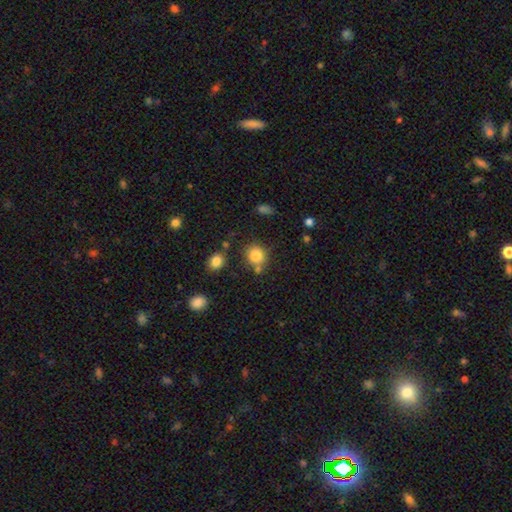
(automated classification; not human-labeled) Smooth or featured? Predicted: smooth (p=0.82). How rounded? Predicted: round (p=0.80). Merging? Predicted: none (p=0.68).